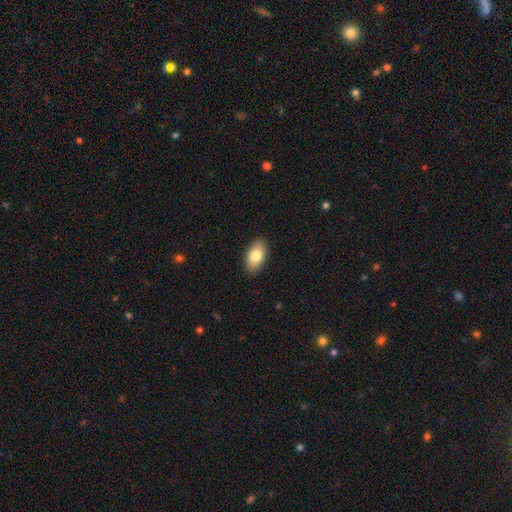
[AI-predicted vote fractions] smooth 80%, featured or disk 13%, star or artifact 7%. Down the decision tree: how rounded — in between (93%); merging — none (89%).